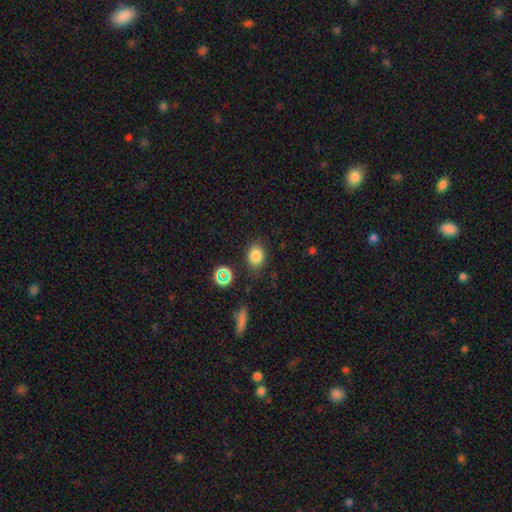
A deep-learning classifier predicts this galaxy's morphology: Smooth or featured?
  - smooth: 80% *
  - star or artifact: 13%
  - featured or disk: 7%
How rounded?
  - in between: 56% *
  - round: 42%
  - cigar-shaped: 1%
Merging?
  - none: 77% *
  - minor disturbance: 15%
  - major disturbance: 4%
  - merger: 4%